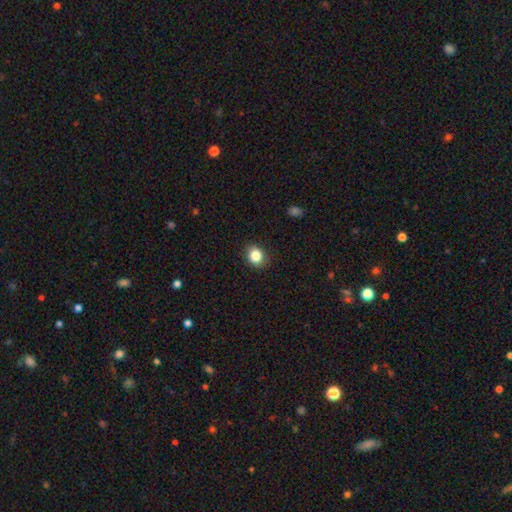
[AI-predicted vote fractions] Q: Smooth or featured?
A: smooth (85%); runner-up: star or artifact (10%)
Q: How rounded?
A: round (63%); runner-up: in between (36%)
Q: Merging?
A: none (88%); runner-up: minor disturbance (9%)